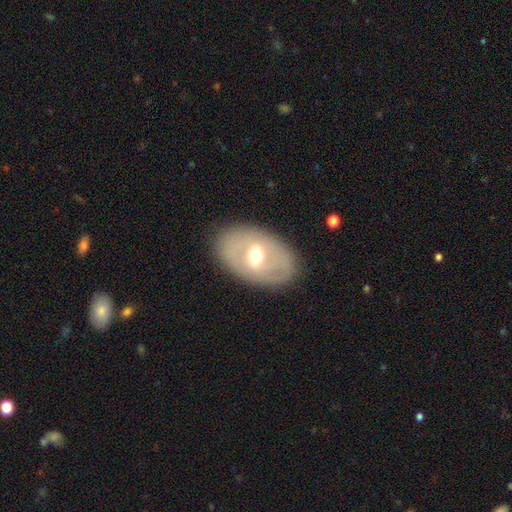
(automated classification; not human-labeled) A featured or disk galaxy (58%) with a weak bar (47%), no spiral arms (74%) and a moderate central bulge (69%).

Vote fractions:
- Smooth or featured? featured or disk: 58% / smooth: 35% / star or artifact: 7%
- Edge-on disk? no: 89% / yes: 11%
- Bar? weak: 47% / strong: 30% / no: 22%
- Spiral arms? no: 74% / yes: 26%
- Bulge size? moderate: 69% / small: 20% / large: 9% / dominant: 1% / none: 1%
- Merging? none: 84% / minor disturbance: 10% / major disturbance: 5% / merger: 1%